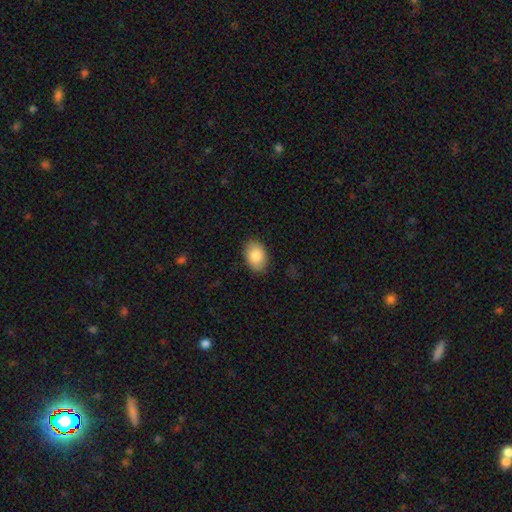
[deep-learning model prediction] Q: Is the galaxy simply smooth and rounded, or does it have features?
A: smooth — 85%.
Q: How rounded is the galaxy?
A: in between — 85%.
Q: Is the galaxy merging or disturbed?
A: none — 86%.